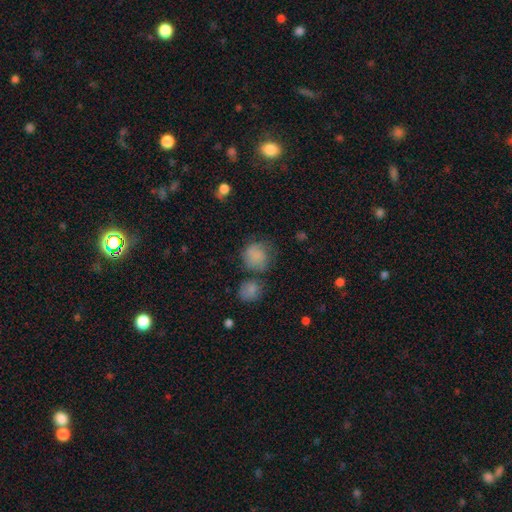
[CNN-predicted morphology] Overall: smooth (77%). How rounded: round (79%). Merging: none (52%; minor disturbance 23%).